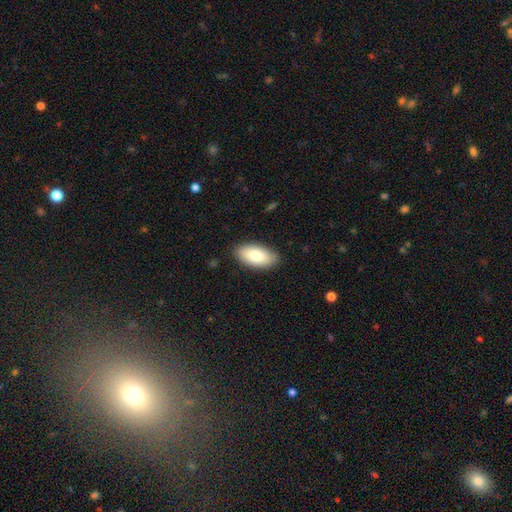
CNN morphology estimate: smooth 83%, featured or disk 11%, star or artifact 6%. Down the decision tree: how rounded — in between (93%); merging — none (87%).